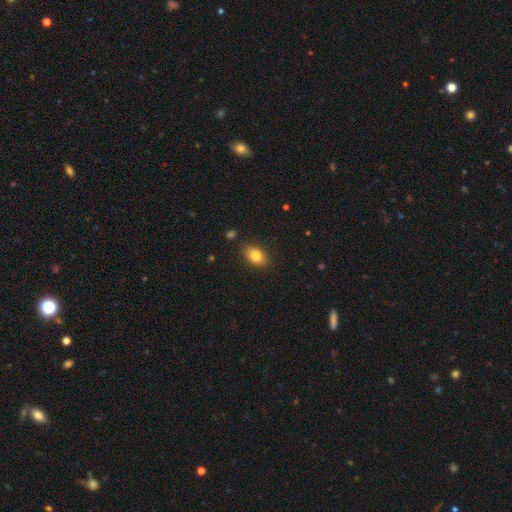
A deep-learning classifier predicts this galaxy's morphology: This appears to be a smooth galaxy with no disk features (83%) that is in between round and cigar-shaped (86%). Merging: none (86%).